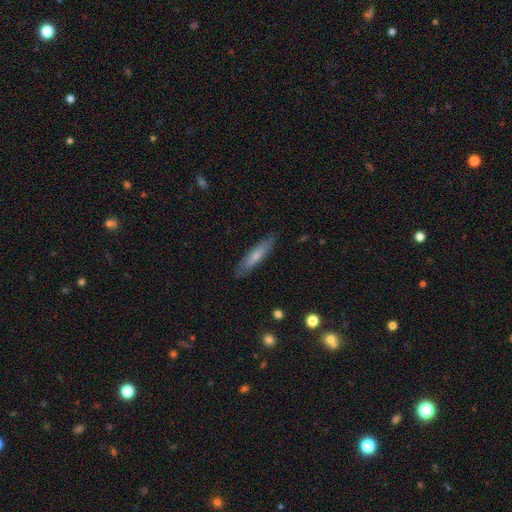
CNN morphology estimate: This appears to be a smooth galaxy with no disk features (61%) that is cigar-shaped (83%). Merging: none (86%).